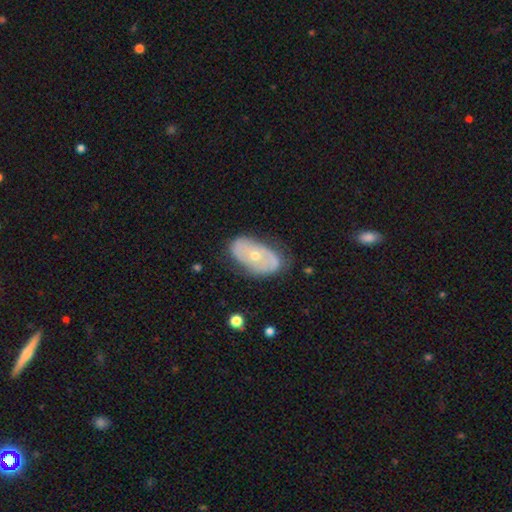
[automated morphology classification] This is possibly a featured or disk galaxy (60%). It is clearly not viewed edge-on (90%). Bar: clearly no (82%). Spiral arm pattern: possibly no (56%). Central bulge: possibly moderate (49%). Merging: likely none (67%).